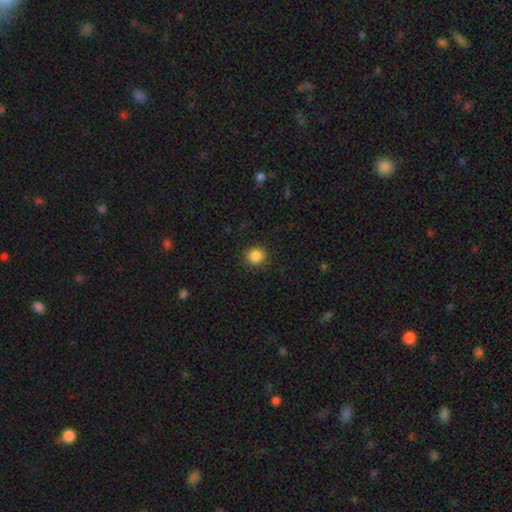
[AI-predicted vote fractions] This appears to be a smooth galaxy with no disk features (86%) that is round (91%). Merging: none (90%).